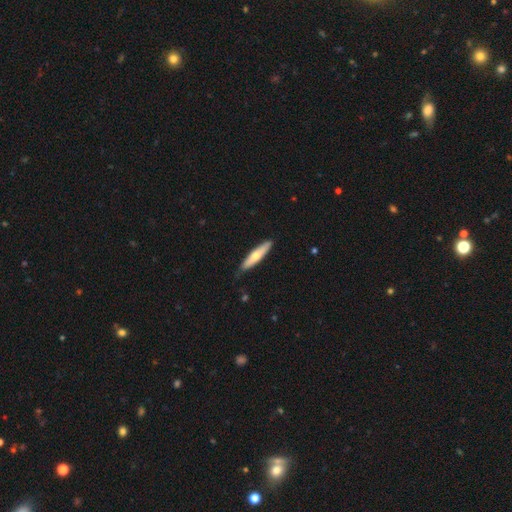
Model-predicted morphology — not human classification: smooth 56%, featured or disk 39%, star or artifact 5%. Down the decision tree: how rounded — cigar-shaped (83%); merging — none (84%).